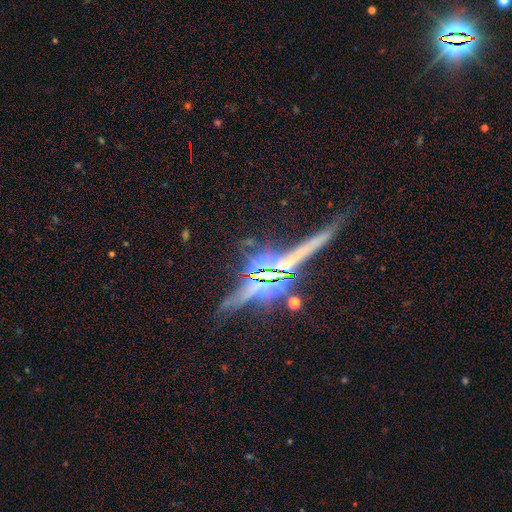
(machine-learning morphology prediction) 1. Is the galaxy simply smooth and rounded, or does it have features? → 61% star or artifact, 27% featured or disk, 11% smooth.